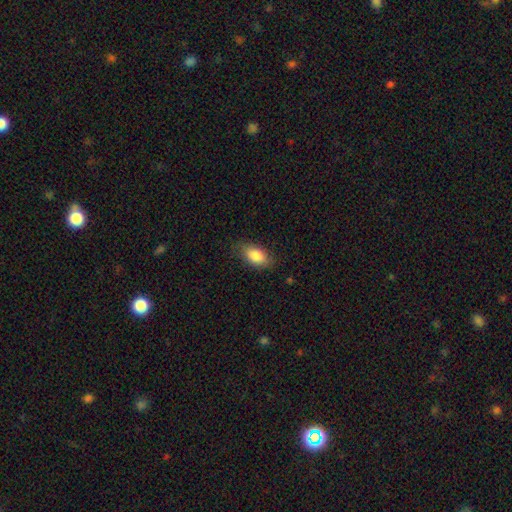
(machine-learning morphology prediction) A smooth galaxy with no disk features (85%) that is in between round and cigar-shaped (91%).

Vote fractions:
- Smooth or featured? smooth: 85% / featured or disk: 8% / star or artifact: 7%
- How rounded? in between: 91% / round: 6% / cigar-shaped: 4%
- Merging? none: 81% / minor disturbance: 14% / major disturbance: 3% / merger: 1%